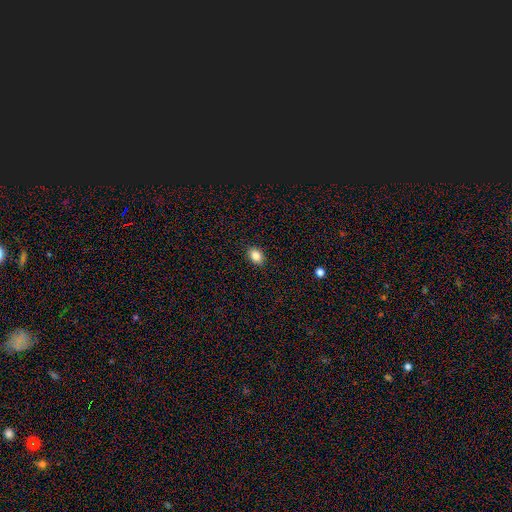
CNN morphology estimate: Smooth or featured? smooth (85%)
How rounded? in between (72%)
Merging? none (89%)